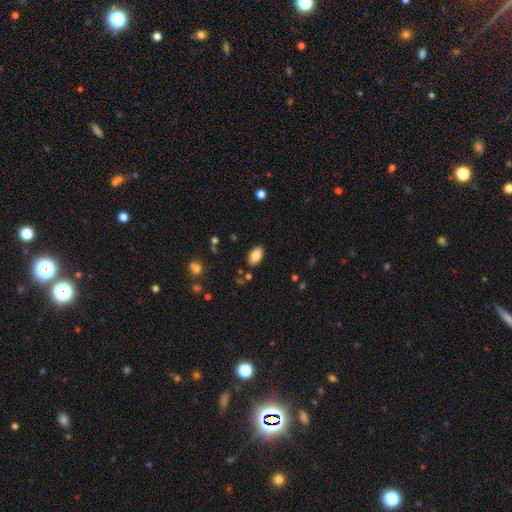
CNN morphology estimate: type=smooth (85%); roundness=in between (93%); merging=none (86%).